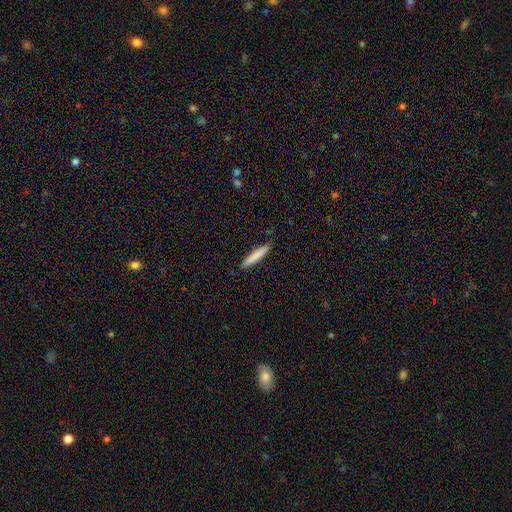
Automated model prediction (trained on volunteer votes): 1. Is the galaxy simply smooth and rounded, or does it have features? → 81% smooth, 13% featured or disk, 6% star or artifact.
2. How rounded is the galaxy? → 94% cigar-shaped, 5% in between, 1% round.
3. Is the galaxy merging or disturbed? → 89% none, 9% minor disturbance, 2% major disturbance, 1% merger.